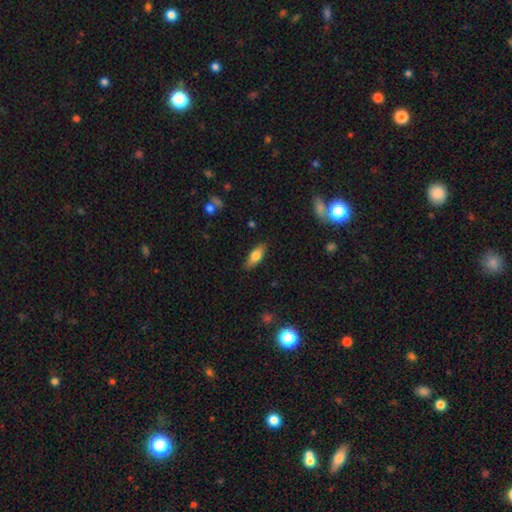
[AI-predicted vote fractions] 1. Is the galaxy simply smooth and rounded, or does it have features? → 70% smooth, 23% featured or disk, 7% star or artifact.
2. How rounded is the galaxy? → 72% in between, 26% cigar-shaped, 3% round.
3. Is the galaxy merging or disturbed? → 86% none, 11% minor disturbance, 2% major disturbance, 1% merger.